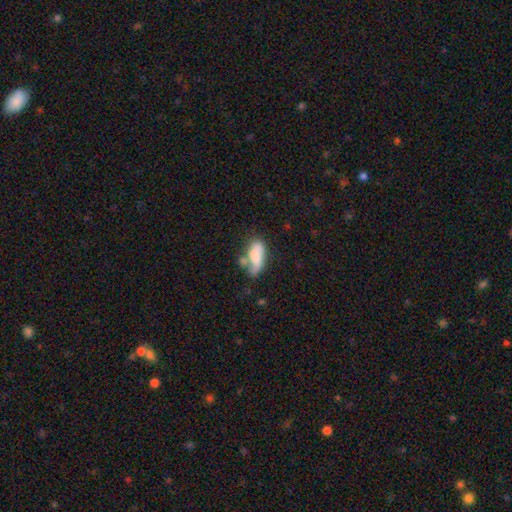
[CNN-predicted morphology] This is possibly a smooth galaxy (58%). How rounded: clearly in between (80%). Merging: marginally none (33%).